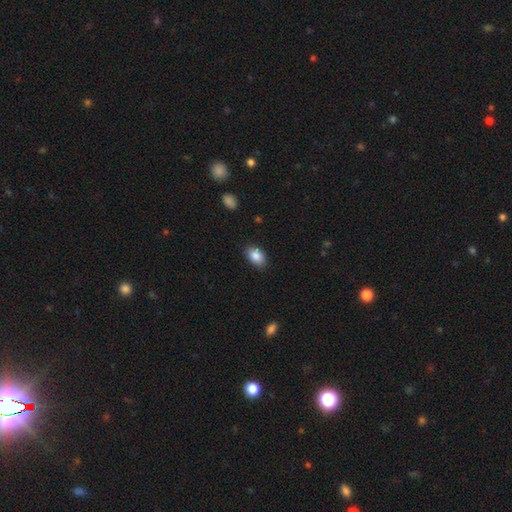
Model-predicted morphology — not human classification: A smooth galaxy with no disk features (88%) that is in between round and cigar-shaped (86%).

Vote fractions:
- Smooth or featured? smooth: 88% / star or artifact: 8% / featured or disk: 5%
- How rounded? in between: 86% / round: 12% / cigar-shaped: 1%
- Merging? none: 84% / minor disturbance: 13% / major disturbance: 3% / merger: 1%